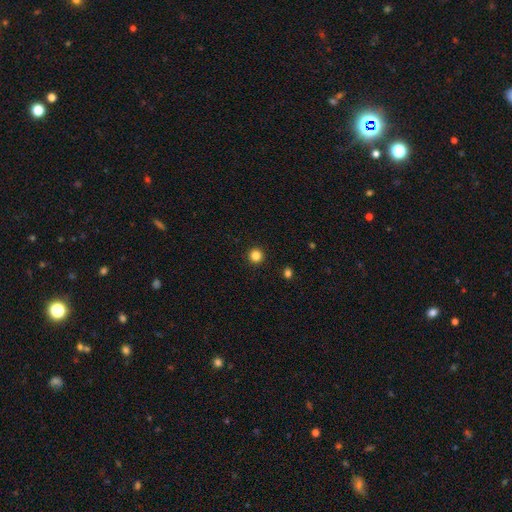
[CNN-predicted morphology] Smooth or featured? Predicted: smooth (p=0.84). How rounded? Predicted: round (p=0.96). Merging? Predicted: none (p=0.94).